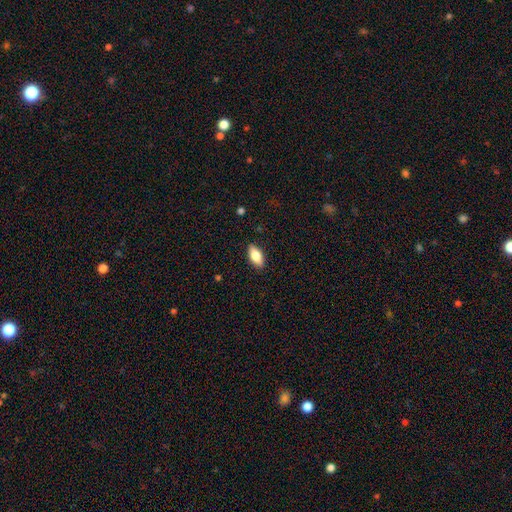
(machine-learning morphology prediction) A smooth galaxy with no disk features (76%) that is in between round and cigar-shaped (85%). Merging: none (88%).